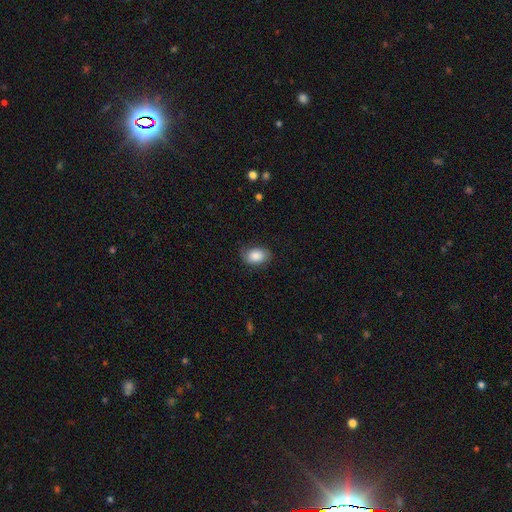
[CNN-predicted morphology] This is clearly a smooth galaxy (84%). How rounded: clearly in between (86%). Merging: likely none (78%).